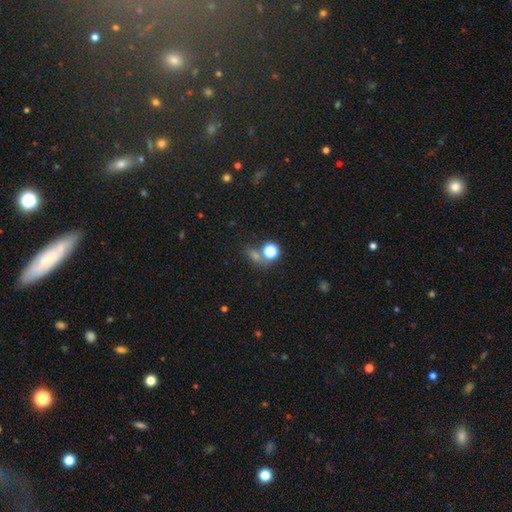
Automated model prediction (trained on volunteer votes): The model was most divided on "smooth or featured": smooth: 50%, star or artifact: 40%, featured or disk: 10%. More confident: how rounded — round (65%); merging — none (61%).